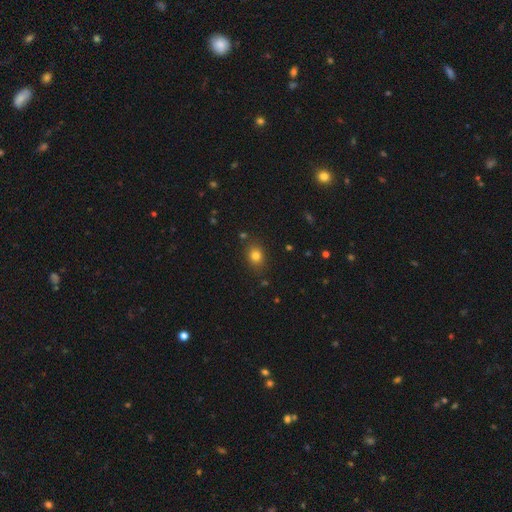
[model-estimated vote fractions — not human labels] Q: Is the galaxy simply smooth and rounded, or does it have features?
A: smooth — 78%.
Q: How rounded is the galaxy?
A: in between — 51%.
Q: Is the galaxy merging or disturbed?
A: none — 83%.